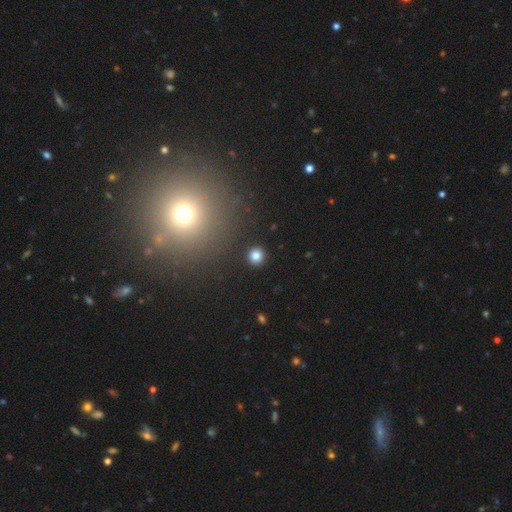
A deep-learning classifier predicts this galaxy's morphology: Smooth or featured? Predicted: smooth (p=0.82). How rounded? Predicted: round (p=0.91). Merging? Predicted: none (p=0.92).